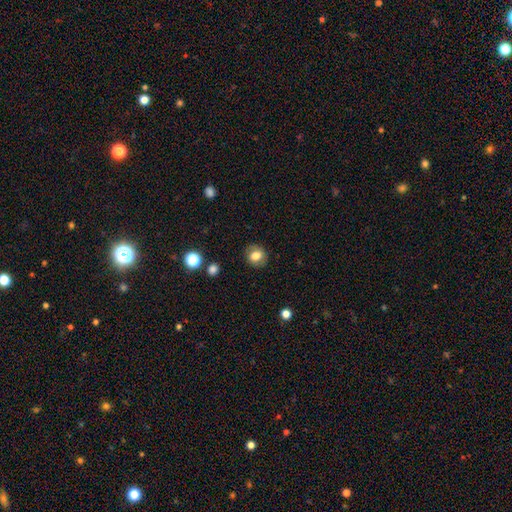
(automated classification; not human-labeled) Smooth or featured? smooth (77%)
How rounded? round (74%)
Merging? none (84%)